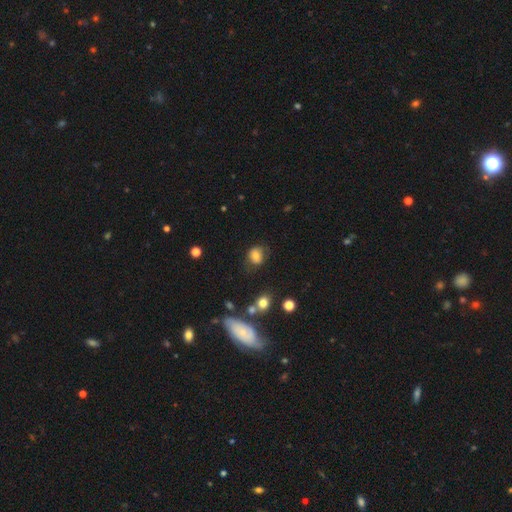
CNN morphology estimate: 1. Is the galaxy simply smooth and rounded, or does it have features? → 73% smooth, 15% featured or disk, 12% star or artifact.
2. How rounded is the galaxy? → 53% round, 46% in between, 1% cigar-shaped.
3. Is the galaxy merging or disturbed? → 62% none, 23% minor disturbance, 11% major disturbance, 3% merger.